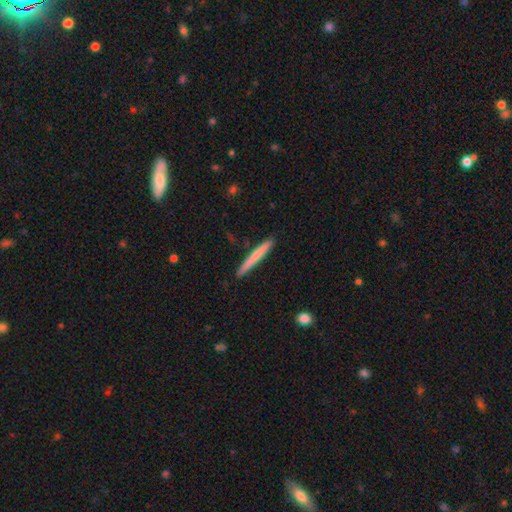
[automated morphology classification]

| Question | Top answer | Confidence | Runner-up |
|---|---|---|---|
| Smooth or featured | smooth | 66% | featured or disk (29%) |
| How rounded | cigar-shaped | 97% | in between (2%) |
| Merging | none | 90% | minor disturbance (7%) |